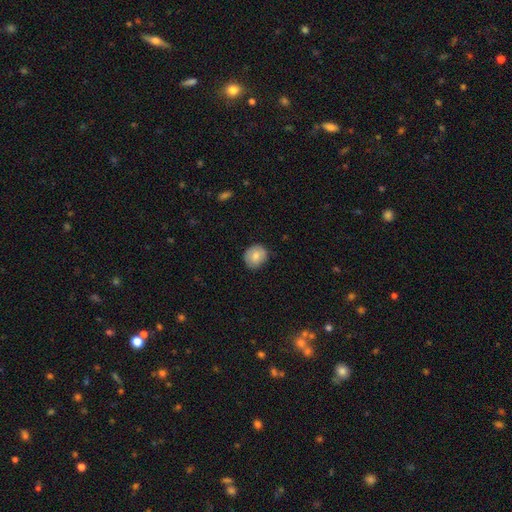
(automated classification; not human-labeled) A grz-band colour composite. It shows a smooth galaxy with no disk features (80%) that is round (78%). Merging: none (81%).